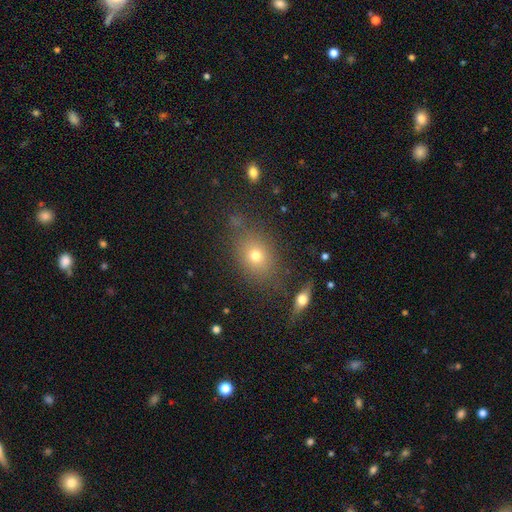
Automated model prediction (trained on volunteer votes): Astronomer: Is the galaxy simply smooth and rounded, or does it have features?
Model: smooth — 70%.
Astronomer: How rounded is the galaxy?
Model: in between — 53% (runner-up: round, 45%).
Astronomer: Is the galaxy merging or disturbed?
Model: none — 74%.